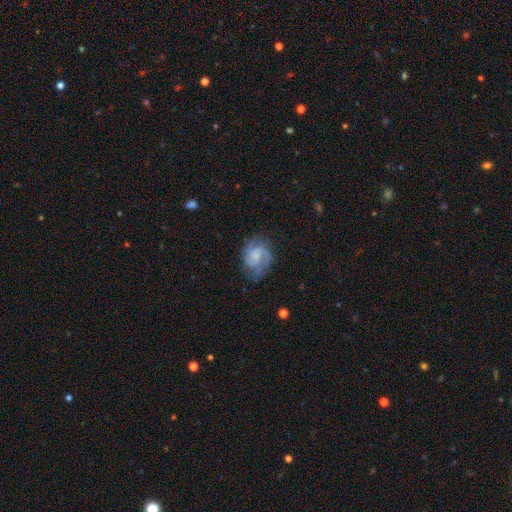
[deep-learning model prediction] smooth_or_featured: featured or disk (p=0.72) [alt: smooth p=0.21]
disk_edge_on: no (p=0.98) [alt: yes p=0.02]
bar: no (p=0.60) [alt: weak p=0.35]
has_spiral_arms: yes (p=0.92) [alt: no p=0.08]
spiral_winding: medium (p=0.48) [alt: tight p=0.32]
spiral_arm_count: 2 (p=0.58) [alt: can't tell p=0.15]
bulge_size: small (p=0.36) [alt: none p=0.32]
merging: none (p=0.64) [alt: minor disturbance p=0.22]